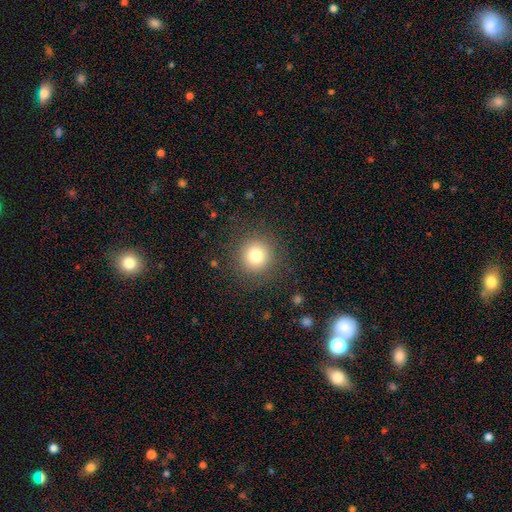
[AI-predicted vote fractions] The model was most divided on "smooth or featured": smooth: 78%, star or artifact: 13%, featured or disk: 9%. More confident: how rounded — round (95%); merging — none (89%).